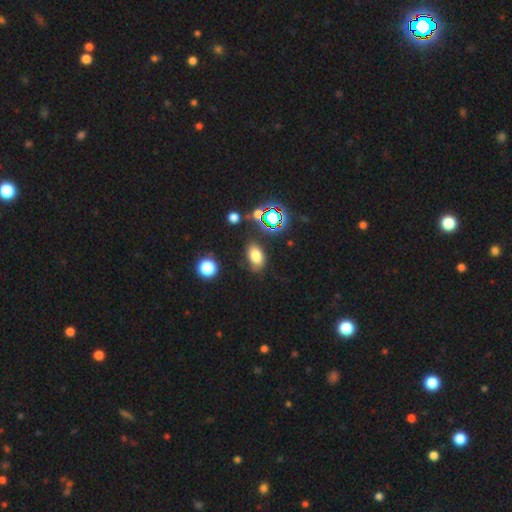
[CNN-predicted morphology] This appears to be a smooth galaxy with no disk features (72%) that is in between round and cigar-shaped (85%). Merging: none (71%).